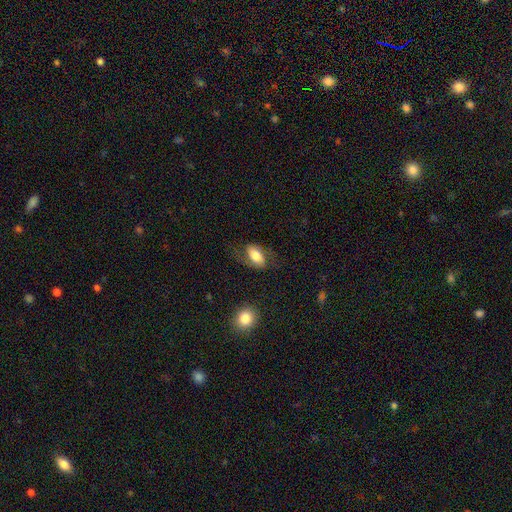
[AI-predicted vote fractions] A smooth galaxy with no disk features (58%) that is in between round and cigar-shaped (90%).

Vote fractions:
- Smooth or featured? smooth: 58% / featured or disk: 35% / star or artifact: 7%
- How rounded? in between: 90% / round: 7% / cigar-shaped: 3%
- Merging? none: 62% / minor disturbance: 20% / major disturbance: 16% / merger: 2%